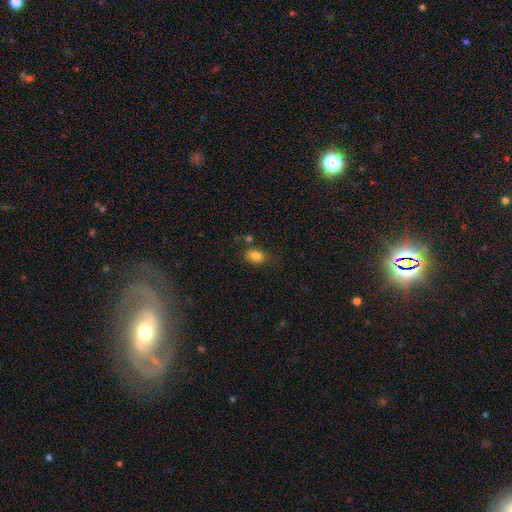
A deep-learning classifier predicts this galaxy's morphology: Smooth or featured? smooth (83%)
How rounded? in between (74%)
Merging? none (69%)